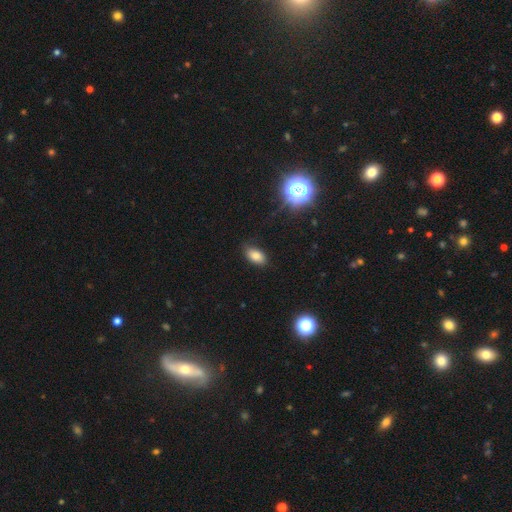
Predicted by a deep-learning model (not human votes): Morphology: type=smooth (80%); roundness=in between (90%); merging=none (83%).